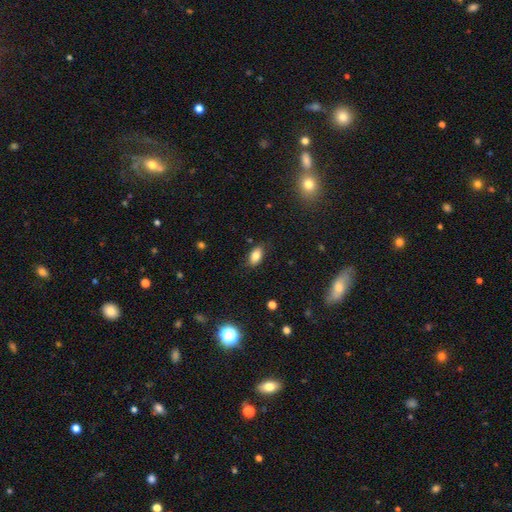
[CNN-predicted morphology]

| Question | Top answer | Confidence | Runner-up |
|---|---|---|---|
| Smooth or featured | smooth | 82% | star or artifact (9%) |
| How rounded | in between | 89% | round (6%) |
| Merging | none | 83% | minor disturbance (13%) |